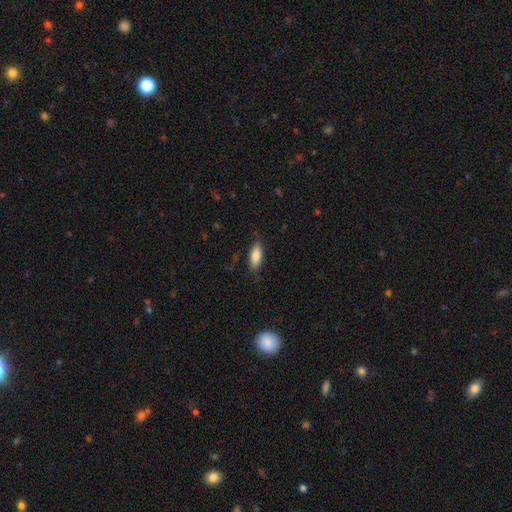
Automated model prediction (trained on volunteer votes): This appears to be a smooth galaxy with no disk features (86%) that is in between round and cigar-shaped (79%). Merging: none (81%).